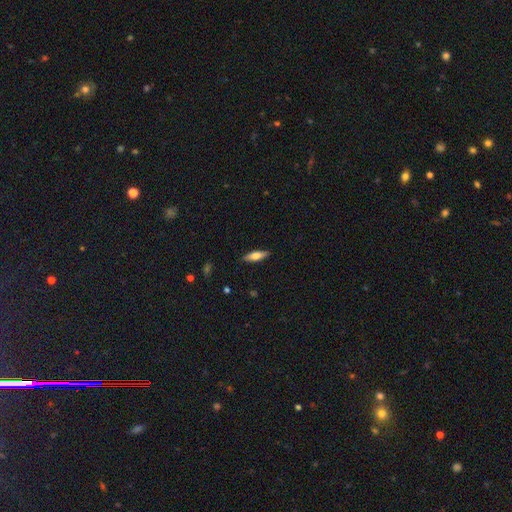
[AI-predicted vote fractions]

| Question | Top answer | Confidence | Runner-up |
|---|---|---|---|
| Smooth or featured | smooth | 62% | featured or disk (32%) |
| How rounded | cigar-shaped | 57% | in between (41%) |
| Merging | none | 88% | minor disturbance (9%) |